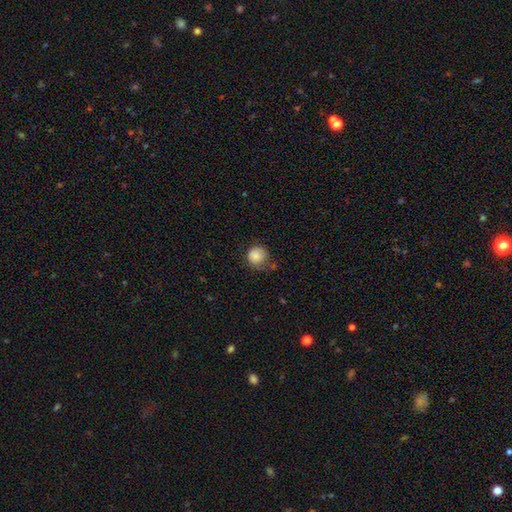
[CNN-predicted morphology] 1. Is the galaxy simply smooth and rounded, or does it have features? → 85% smooth, 9% star or artifact, 7% featured or disk.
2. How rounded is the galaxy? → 89% round, 10% in between, 1% cigar-shaped.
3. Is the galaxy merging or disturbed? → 56% none, 29% minor disturbance, 11% major disturbance, 4% merger.